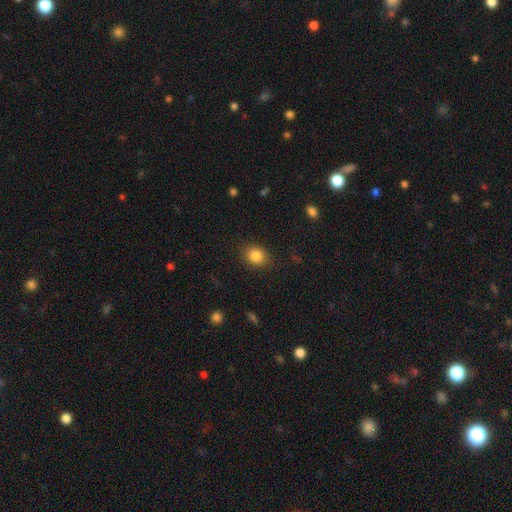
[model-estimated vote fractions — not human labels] Morphology: type=smooth (84%); roundness=round (60%); merging=none (85%).